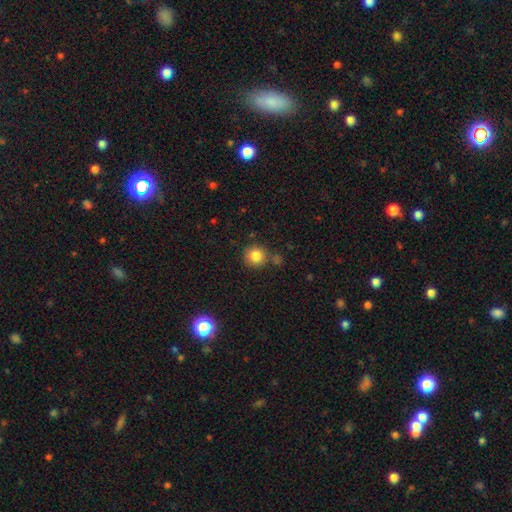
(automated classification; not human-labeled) Morphology: type=smooth (84%); roundness=round (93%); merging=none (77%).